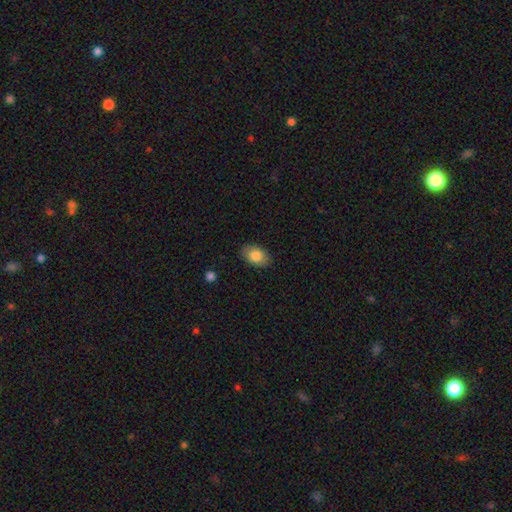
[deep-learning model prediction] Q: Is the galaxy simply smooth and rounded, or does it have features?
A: smooth — 82%.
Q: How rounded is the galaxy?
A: in between — 87%.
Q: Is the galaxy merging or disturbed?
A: none — 86%.